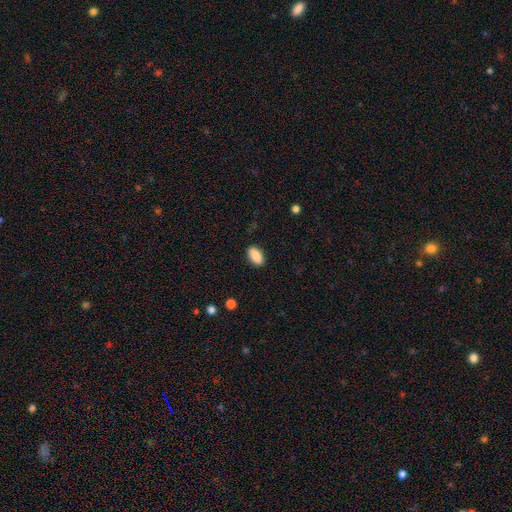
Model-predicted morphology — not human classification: smooth 89%, star or artifact 7%, featured or disk 4%. Down the decision tree: how rounded — in between (93%); merging — none (89%).